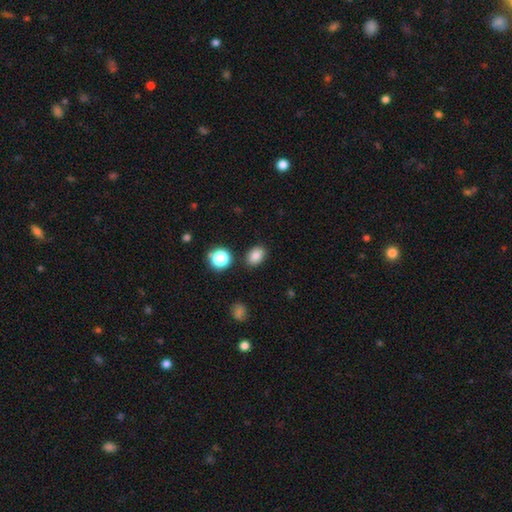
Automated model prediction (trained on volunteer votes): A smooth galaxy with no disk features (82%) that is in between round and cigar-shaped (71%). Merging: none (84%).